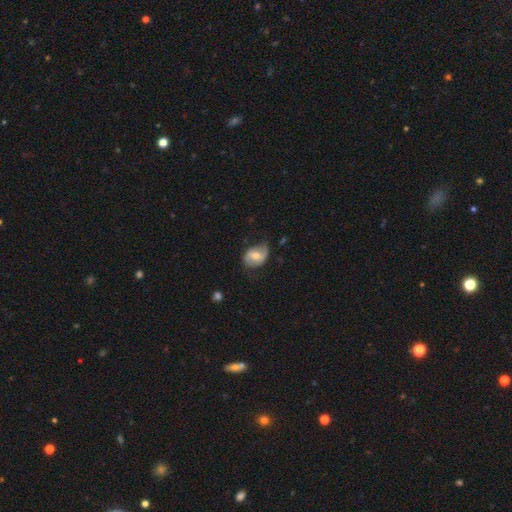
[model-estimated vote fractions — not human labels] This appears to be a featured or disk galaxy (50%). Merging: none (63%).